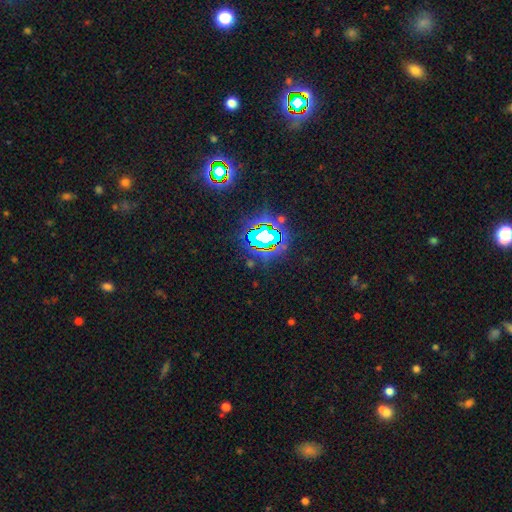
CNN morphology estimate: Smooth or featured? star or artifact (82%)